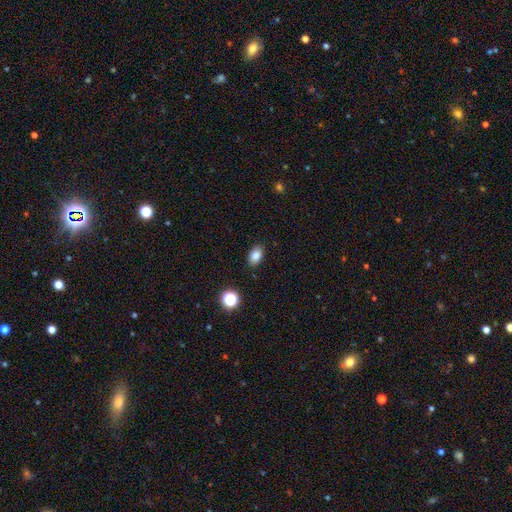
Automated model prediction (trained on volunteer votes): The model was most divided on "how rounded": in between: 85%, round: 14%, cigar-shaped: 1%. More confident: merging — none (86%); smooth or featured — smooth (84%).